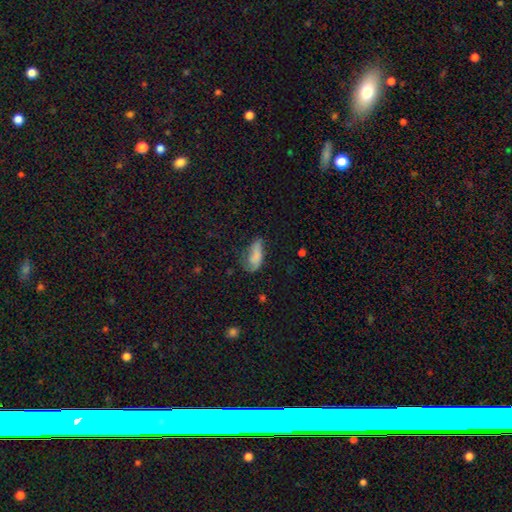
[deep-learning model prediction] Morphology: type=smooth (70%); roundness=in between (83%); merging=minor disturbance (34%).